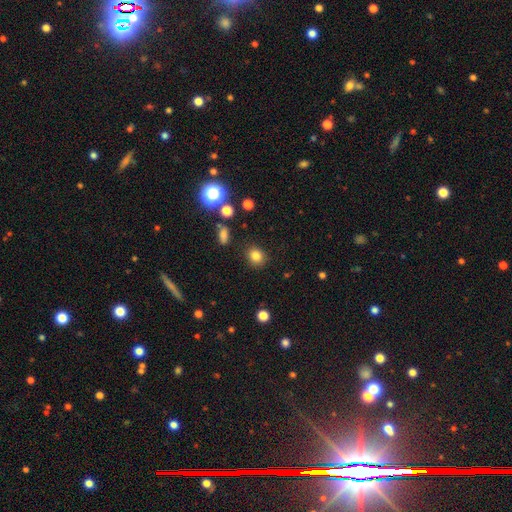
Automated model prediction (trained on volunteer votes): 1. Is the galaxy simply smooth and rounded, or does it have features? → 81% smooth, 13% star or artifact, 6% featured or disk.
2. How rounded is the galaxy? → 76% round, 23% in between, 1% cigar-shaped.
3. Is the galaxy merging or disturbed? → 88% none, 8% minor disturbance, 3% major disturbance, 2% merger.